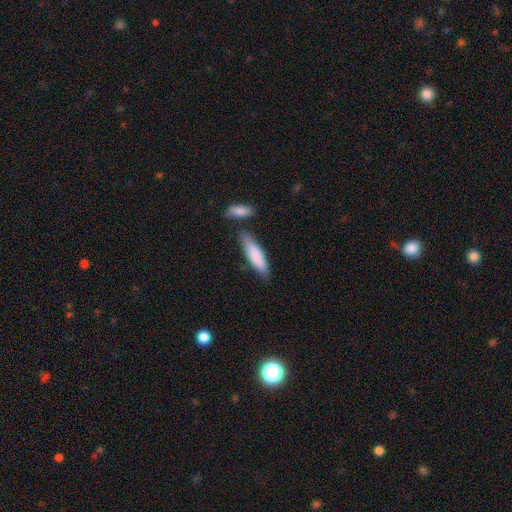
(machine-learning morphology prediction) smooth_or_featured: smooth (p=0.81) [alt: featured or disk p=0.14]
how_rounded: cigar-shaped (p=0.66) [alt: in between p=0.33]
merging: none (p=0.70) [alt: minor disturbance p=0.18]